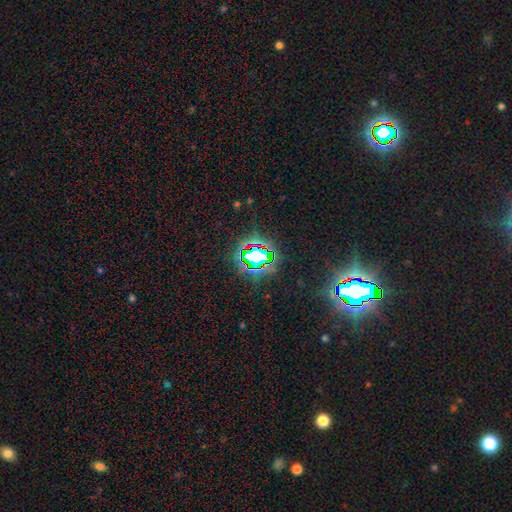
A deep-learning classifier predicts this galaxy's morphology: type=star or artifact (73%).